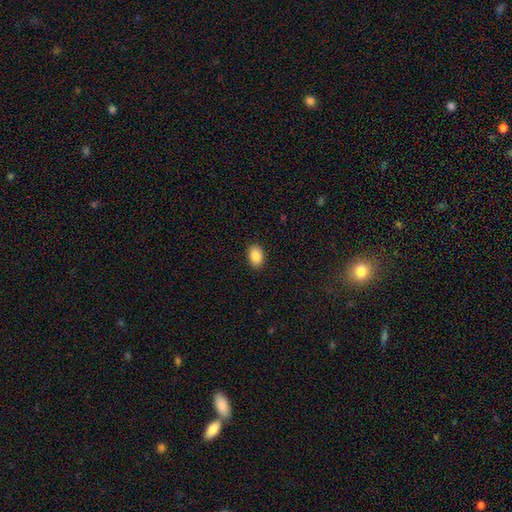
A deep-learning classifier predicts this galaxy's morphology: smooth-or-featured: smooth: 88% | star or artifact: 8% | featured or disk: 4%
  how-rounded: in between: 86% | round: 13% | cigar-shaped: 1%
  merging: none: 89% | minor disturbance: 8% | major disturbance: 2% | merger: 1%